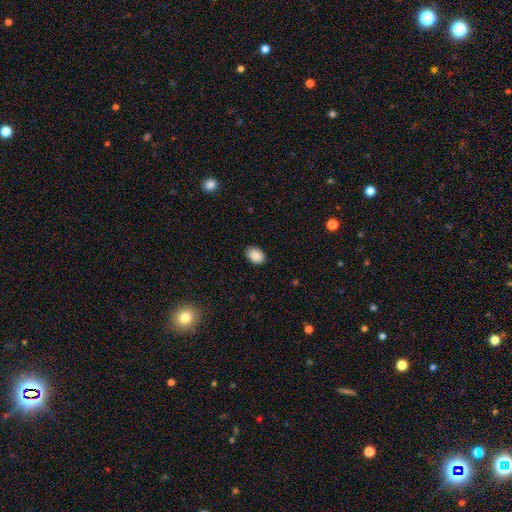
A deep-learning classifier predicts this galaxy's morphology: Q: Smooth or featured?
A: smooth (89%); runner-up: star or artifact (8%)
Q: How rounded?
A: in between (80%); runner-up: round (19%)
Q: Merging?
A: none (87%); runner-up: minor disturbance (10%)